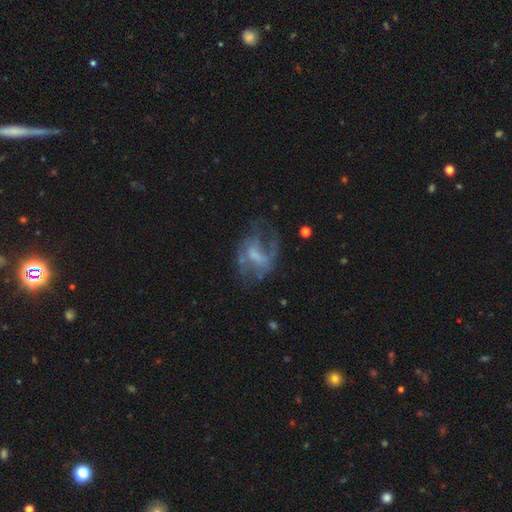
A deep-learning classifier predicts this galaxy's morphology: This appears to be a featured or disk galaxy (69%) with a weak bar (48%), spiral arms (70%) and a small central bulge (33%). Merging: none (44%).